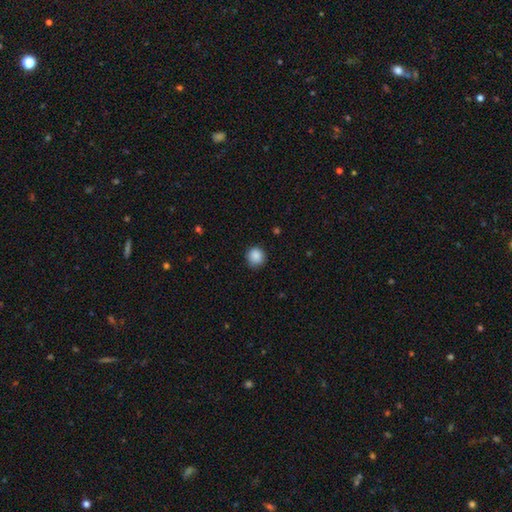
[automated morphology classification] Smooth or featured? Predicted: smooth (p=0.87). How rounded? Predicted: round (p=0.91). Merging? Predicted: none (p=0.85).